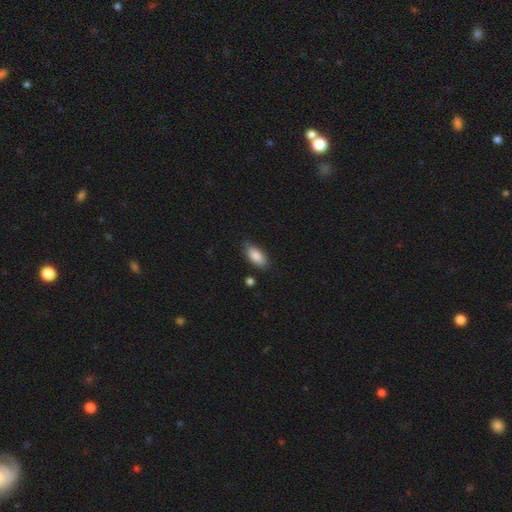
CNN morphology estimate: This appears to be a smooth galaxy with no disk features (86%) that is in between round and cigar-shaped (85%). Merging: none (81%).